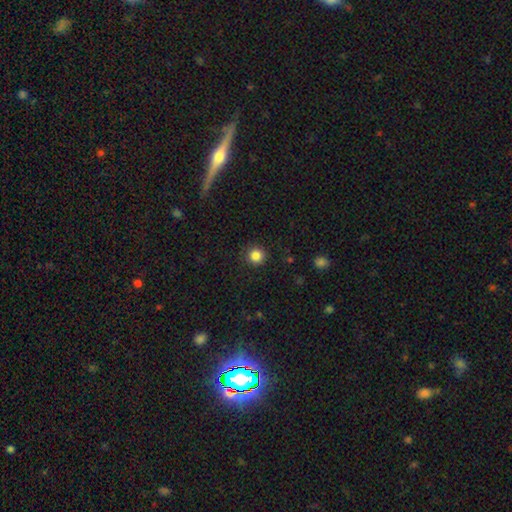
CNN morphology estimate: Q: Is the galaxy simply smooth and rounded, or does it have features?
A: smooth — 85%.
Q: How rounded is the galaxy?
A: round — 95%.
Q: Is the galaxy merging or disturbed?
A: none — 91%.